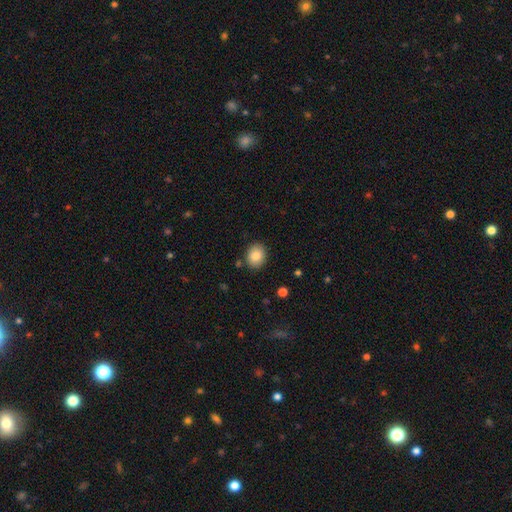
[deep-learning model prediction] Smooth or featured?
  - smooth: 85% *
  - star or artifact: 8%
  - featured or disk: 7%
How rounded?
  - round: 50% *
  - in between: 49%
  - cigar-shaped: 1%
Merging?
  - none: 85% *
  - minor disturbance: 10%
  - merger: 3%
  - major disturbance: 2%